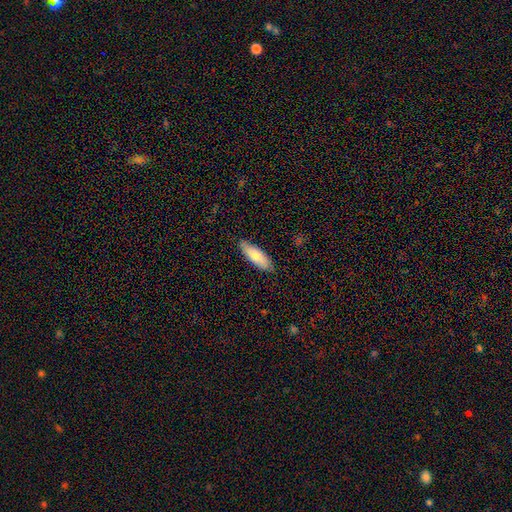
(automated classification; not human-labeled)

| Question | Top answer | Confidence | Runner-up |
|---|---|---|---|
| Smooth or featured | smooth | 76% | featured or disk (18%) |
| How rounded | in between | 67% | cigar-shaped (31%) |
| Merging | none | 83% | minor disturbance (13%) |